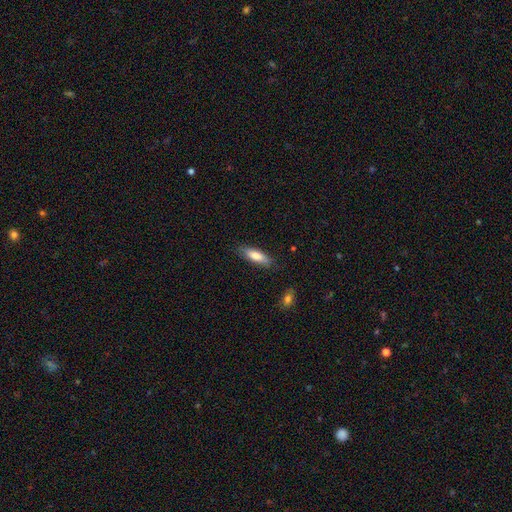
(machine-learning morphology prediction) Smooth or featured? smooth (78%)
How rounded? cigar-shaped (50%)
Merging? none (79%)